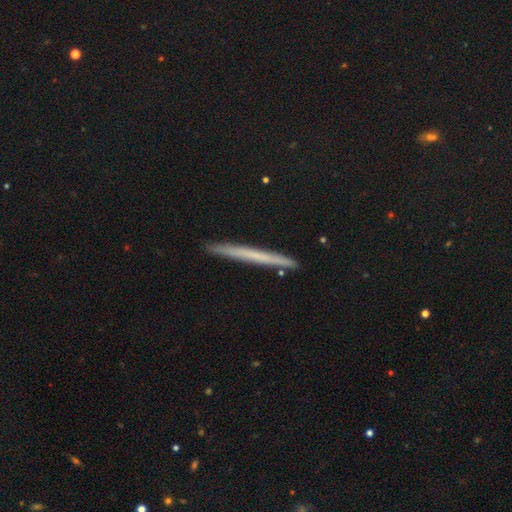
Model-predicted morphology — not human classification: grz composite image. It shows a smooth galaxy with no disk features (49%). Merging: none (90%).